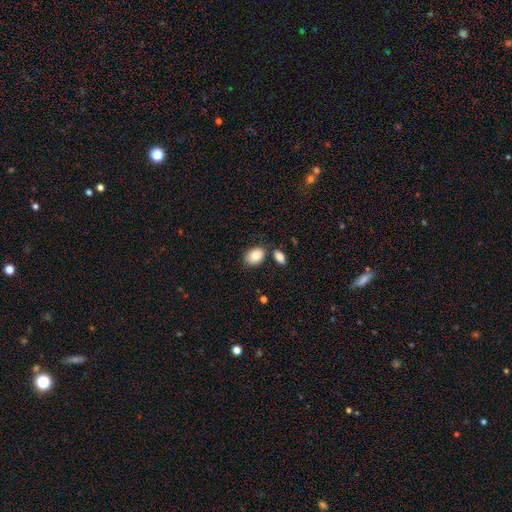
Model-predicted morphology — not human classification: Smooth or featured: smooth — 85% (featured or disk — 8%)
How rounded: in between — 82% (round — 17%)
Merging: none — 73% (minor disturbance — 12%)